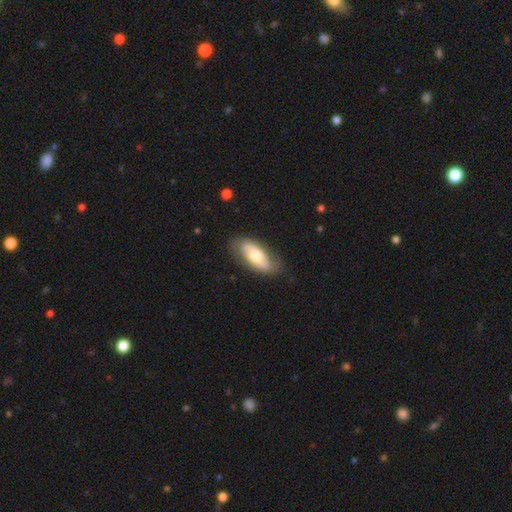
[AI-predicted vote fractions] The model was most divided on "smooth or featured": smooth: 55%, featured or disk: 39%, star or artifact: 5%. More confident: how rounded — in between (85%); merging — none (78%).